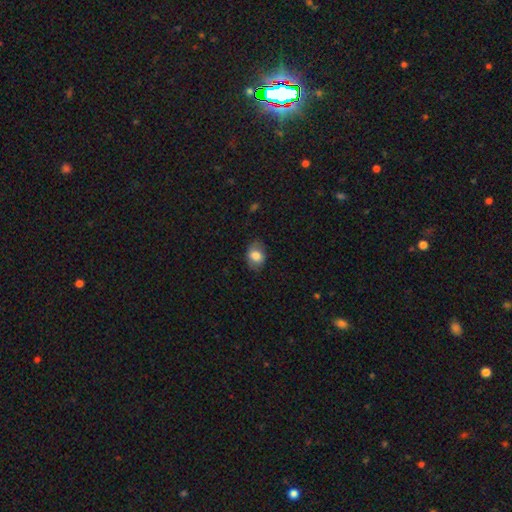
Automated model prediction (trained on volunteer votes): Overall: smooth (76%). How rounded: in between (70%). Merging: none (73%).